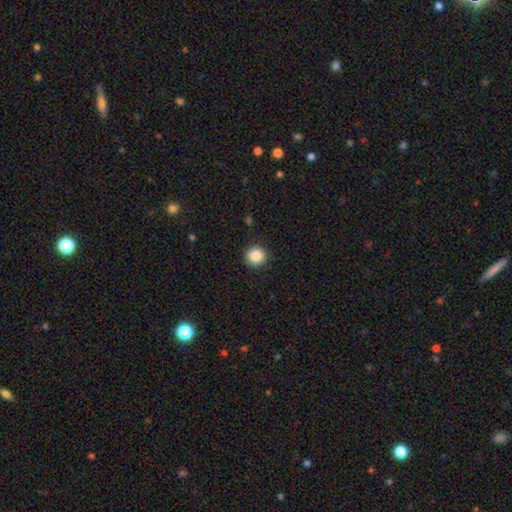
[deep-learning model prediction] The model was most divided on "smooth or featured": smooth: 88%, star or artifact: 9%, featured or disk: 3%. More confident: how rounded — round (94%); merging — none (91%).